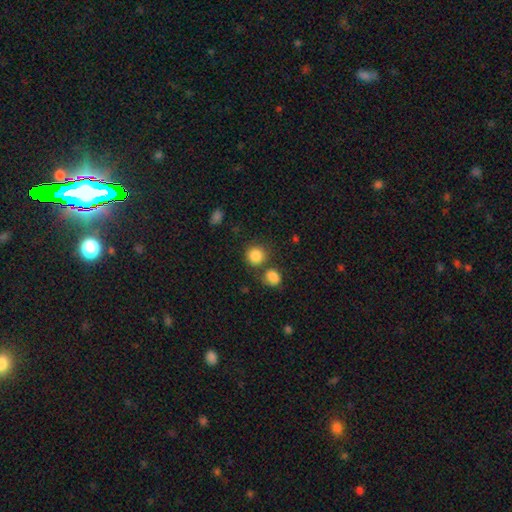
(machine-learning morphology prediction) Smooth or featured? Predicted: smooth (p=0.86). How rounded? Predicted: round (p=0.89). Merging? Predicted: none (p=0.67).